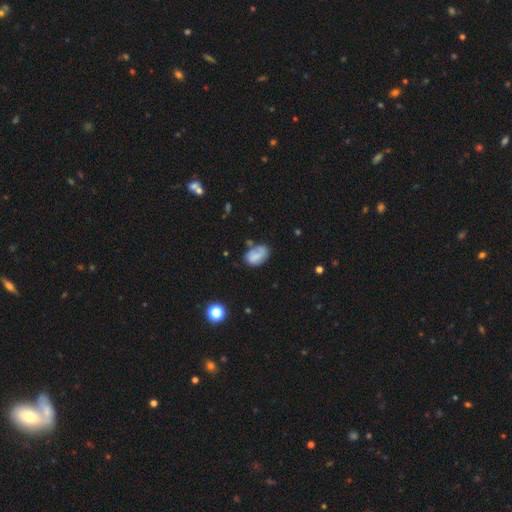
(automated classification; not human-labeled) Smooth or featured? smooth (71%)
How rounded? in between (84%)
Merging? none (51%)